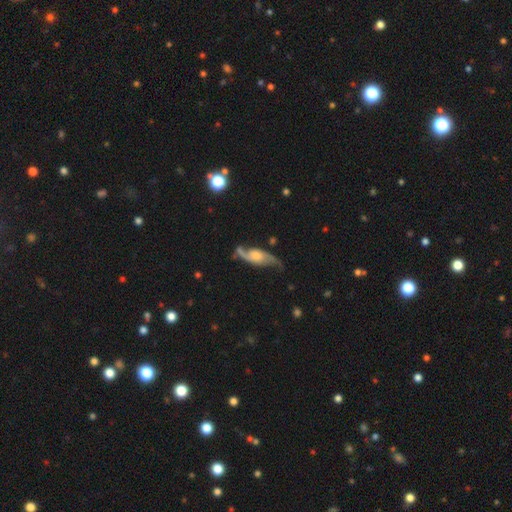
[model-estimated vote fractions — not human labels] Smooth or featured? featured or disk (84%)
Edge-on disk? no (90%)
Bar? no (62%)
Spiral arms? yes (96%)
Spiral winding? loose (66%)
Spiral arm count? 2 (91%)
Bulge size? moderate (48%)
Merging? none (66%)